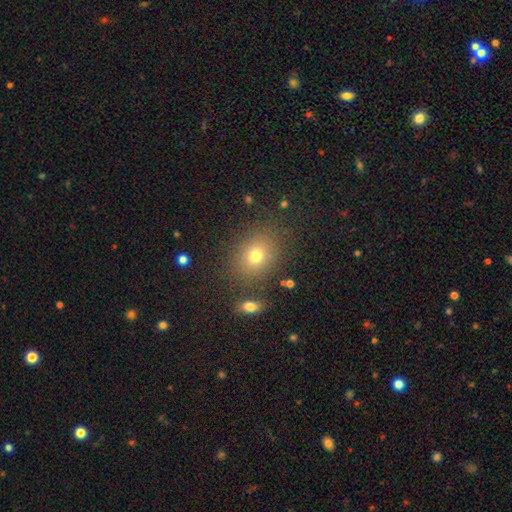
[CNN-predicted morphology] This is likely a smooth galaxy (73%). How rounded: possibly in between (50%). Merging: clearly none (82%).